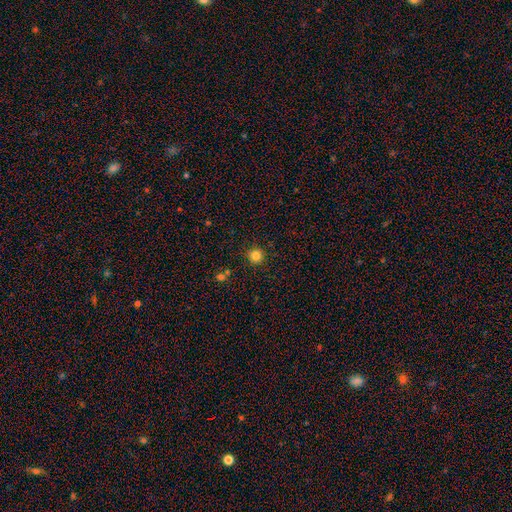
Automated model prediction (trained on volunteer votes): smooth-or-featured: smooth: 83% | star or artifact: 13% | featured or disk: 4%
  how-rounded: round: 96% | in between: 3% | cigar-shaped: 1%
  merging: none: 91% | minor disturbance: 5% | major disturbance: 2% | merger: 2%